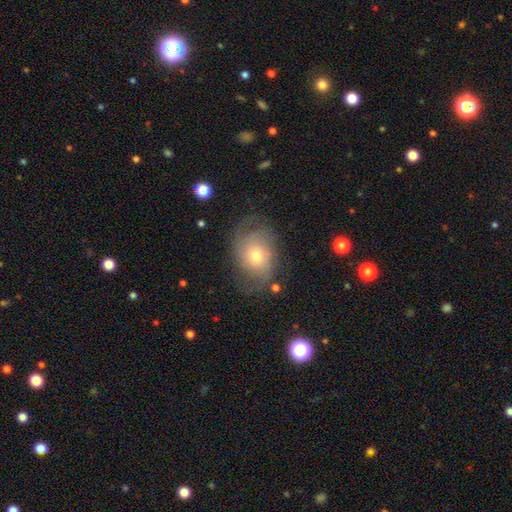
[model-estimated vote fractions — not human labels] Morphology: type=featured or disk (58%); edge-on=no (95%); bar=no (79%); spiral arms=yes (81%); bulge=moderate (49%); merging=none (61%).